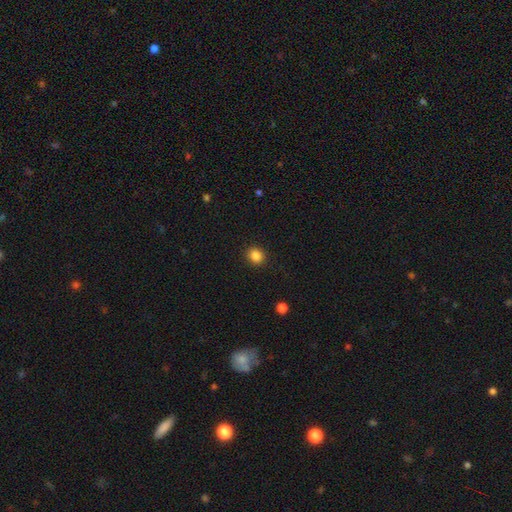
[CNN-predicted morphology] A smooth galaxy with no disk features (86%) that is round (74%).

Vote fractions:
- Smooth or featured? smooth: 86% / star or artifact: 11% / featured or disk: 4%
- How rounded? round: 74% / in between: 25% / cigar-shaped: 1%
- Merging? none: 91% / minor disturbance: 6% / major disturbance: 2% / merger: 1%